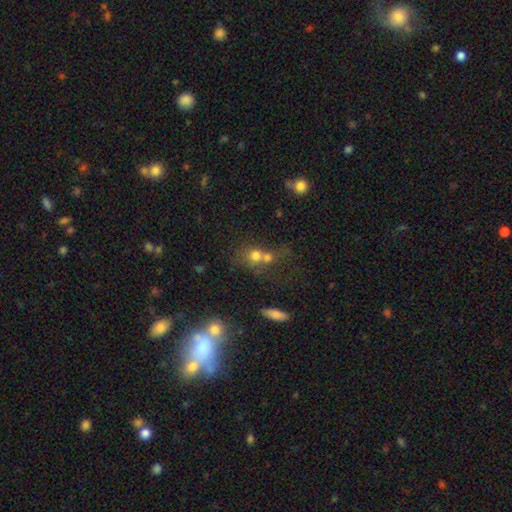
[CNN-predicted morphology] Overall: smooth (69%). How rounded: round (75%). Merging: merger (61%; none 26%).